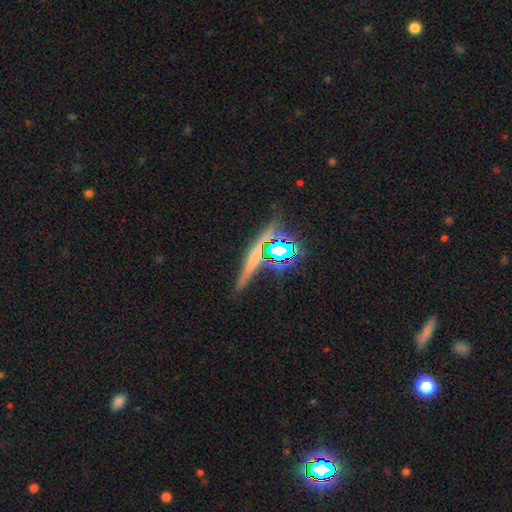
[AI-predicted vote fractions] smooth-or-featured: star or artifact: 39% | smooth: 31% | featured or disk: 30%